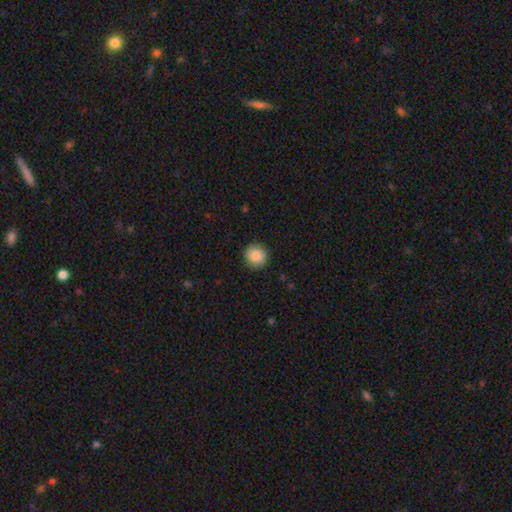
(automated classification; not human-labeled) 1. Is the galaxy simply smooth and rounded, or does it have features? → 88% smooth, 8% star or artifact, 5% featured or disk.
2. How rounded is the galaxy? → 92% round, 7% in between, 1% cigar-shaped.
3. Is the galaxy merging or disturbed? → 90% none, 7% minor disturbance, 2% major disturbance, 1% merger.